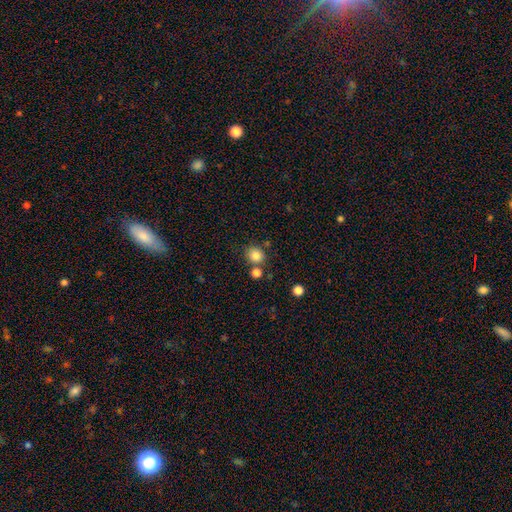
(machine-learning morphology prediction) type=smooth (84%); roundness=round (81%); merging=none (74%).